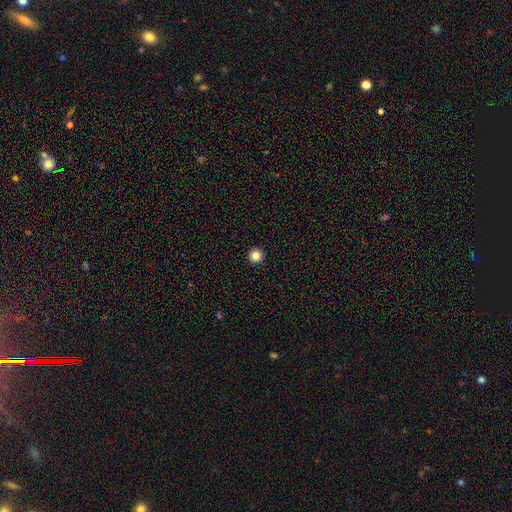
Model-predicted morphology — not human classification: type=smooth (84%); roundness=round (97%); merging=none (95%).